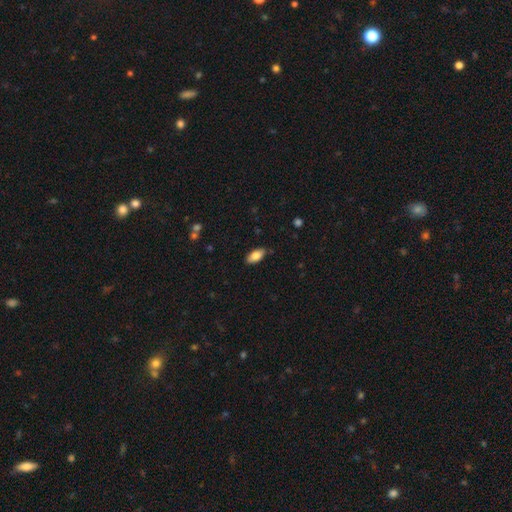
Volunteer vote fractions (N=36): smooth_or_featured: smooth (p=0.81) [alt: featured or disk p=0.17]
how_rounded: in between (p=0.93) [alt: cigar-shaped p=0.07]
merging: none (p=0.91) [alt: minor disturbance p=0.09]